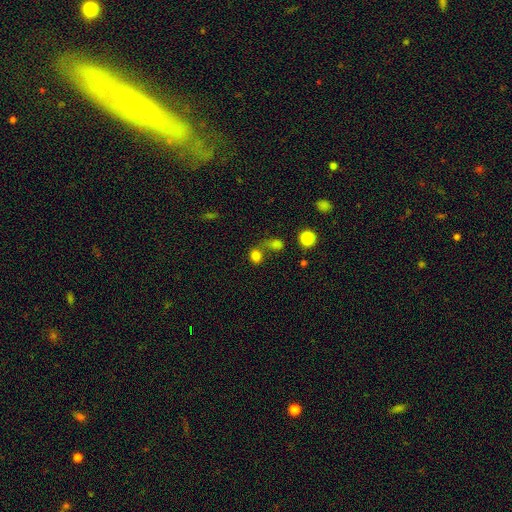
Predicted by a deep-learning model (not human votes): A smooth galaxy with no disk features (78%) that is round (53%).

Vote fractions:
- Smooth or featured? smooth: 78% / star or artifact: 15% / featured or disk: 7%
- How rounded? round: 53% / in between: 46% / cigar-shaped: 1%
- Merging? none: 46% / merger: 34% / minor disturbance: 12% / major disturbance: 8%